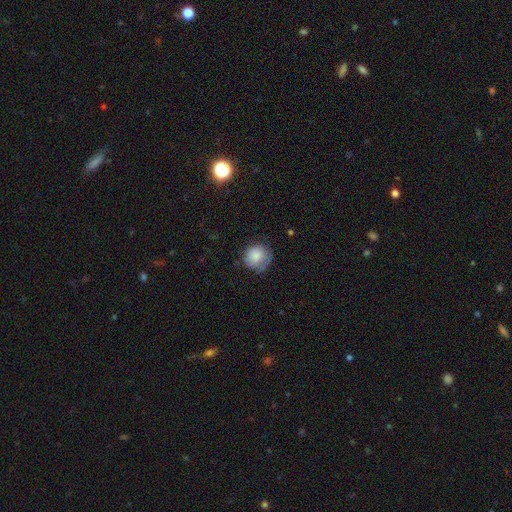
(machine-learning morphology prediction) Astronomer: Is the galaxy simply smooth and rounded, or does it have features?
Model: smooth — 79%.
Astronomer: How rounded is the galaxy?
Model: round — 87%.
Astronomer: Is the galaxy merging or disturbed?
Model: none — 59%.